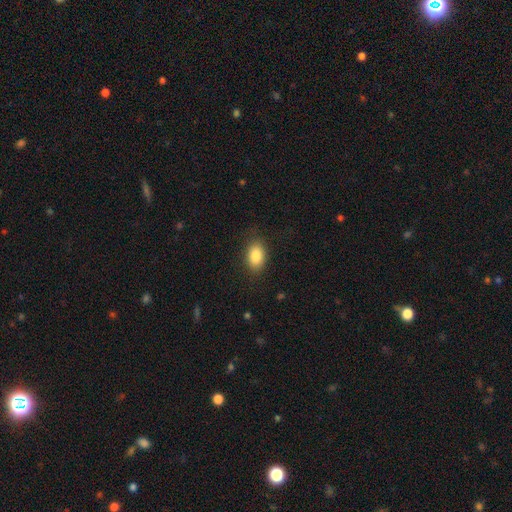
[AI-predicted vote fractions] Smooth or featured: smooth — 85% (star or artifact — 8%)
How rounded: in between — 87% (round — 11%)
Merging: none — 85% (minor disturbance — 11%)